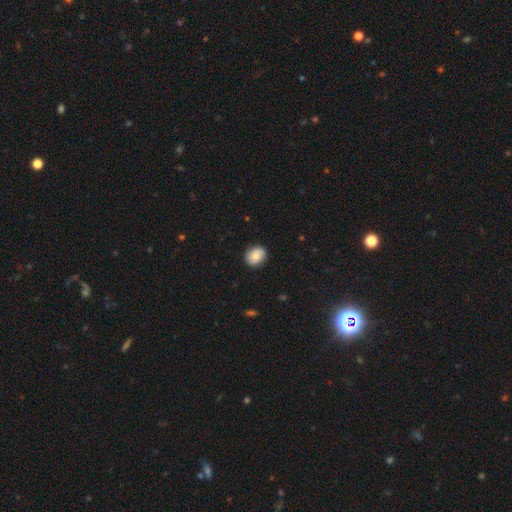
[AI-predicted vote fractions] smooth 81%, featured or disk 11%, star or artifact 8%. Down the decision tree: how rounded — round (56%); merging — none (85%).